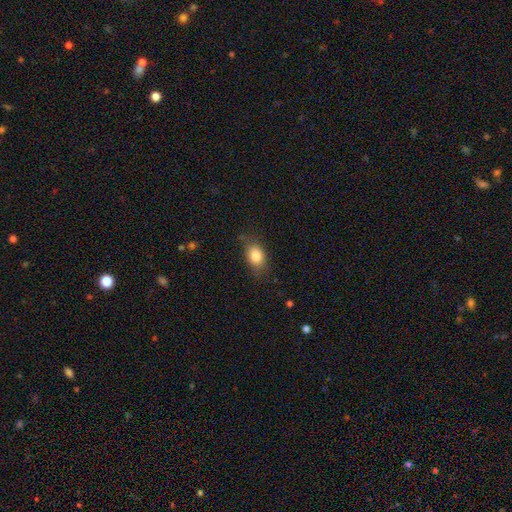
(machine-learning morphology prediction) Smooth or featured? smooth (84%)
How rounded? in between (75%)
Merging? none (74%)